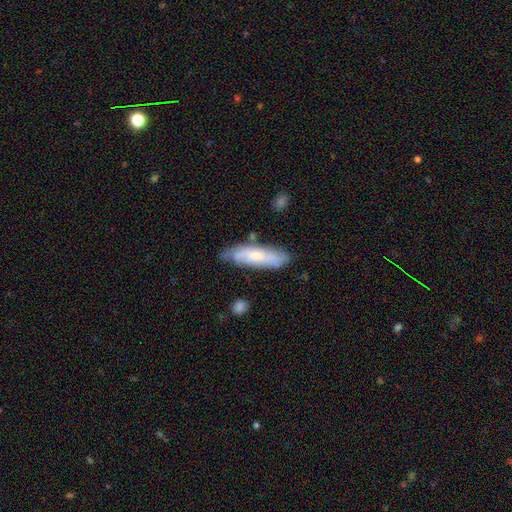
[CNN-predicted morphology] Q: Smooth or featured?
A: featured or disk (48%); runner-up: smooth (45%)
Q: Merging?
A: none (70%); runner-up: minor disturbance (21%)